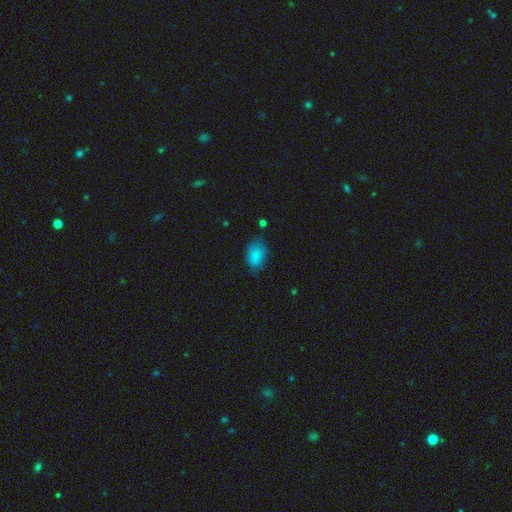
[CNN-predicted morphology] This appears to be a smooth galaxy with no disk features (85%) that is in between round and cigar-shaped (88%). Merging: none (72%).